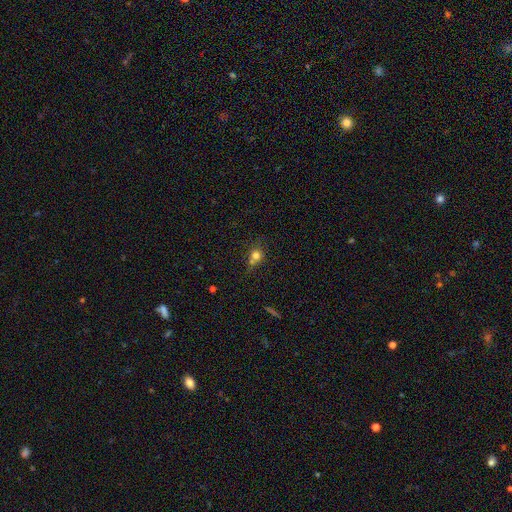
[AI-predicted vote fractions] Overall: smooth (74%). How rounded: round (82%). Merging: none (47%; merger 33%).